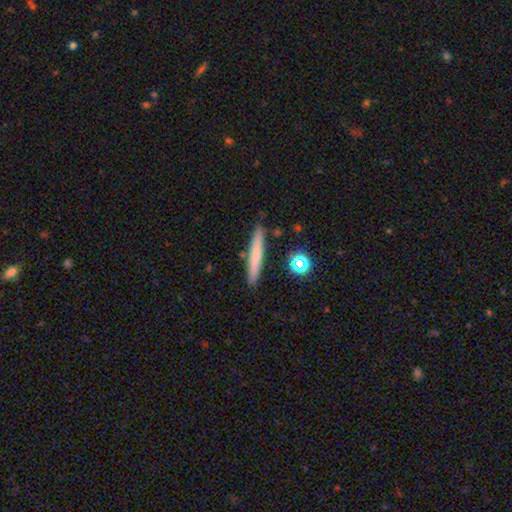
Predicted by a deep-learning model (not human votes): The model was most divided on "smooth or featured": smooth: 64%, featured or disk: 29%, star or artifact: 7%. More confident: how rounded — cigar-shaped (94%); merging — none (86%).